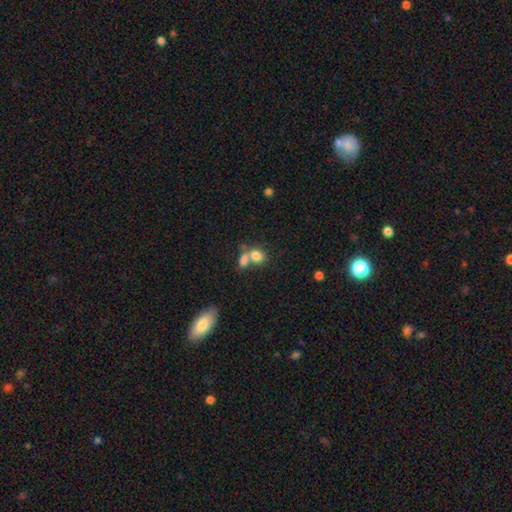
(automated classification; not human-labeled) The model was most divided on "how rounded": in between: 53%, round: 46%, cigar-shaped: 2%. More confident: smooth or featured — smooth (80%); merging — merger (54%).